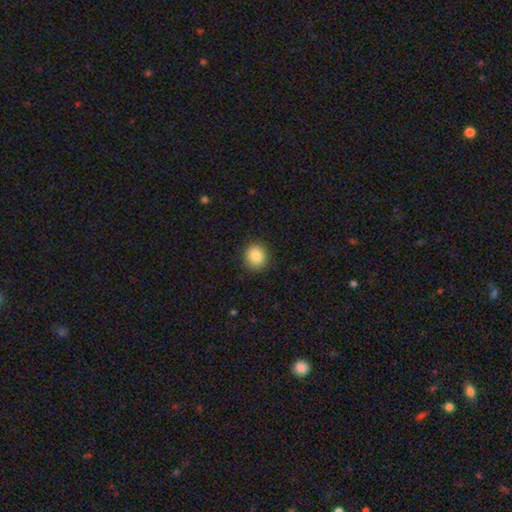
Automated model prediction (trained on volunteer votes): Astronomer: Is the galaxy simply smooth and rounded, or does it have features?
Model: smooth — 87%.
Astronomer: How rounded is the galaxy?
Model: round — 83%.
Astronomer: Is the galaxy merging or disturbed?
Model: none — 88%.